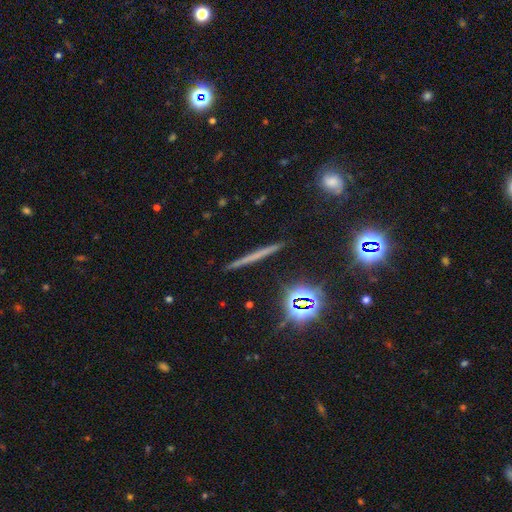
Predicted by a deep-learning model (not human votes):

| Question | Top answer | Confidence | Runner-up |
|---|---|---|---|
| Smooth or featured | featured or disk | 44% | smooth (32%) |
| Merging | none | 90% | minor disturbance (7%) |